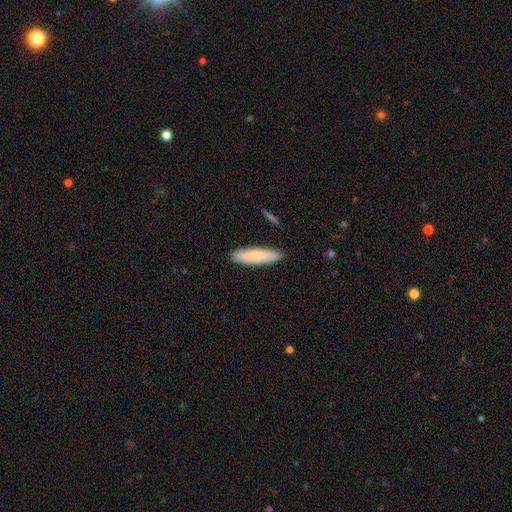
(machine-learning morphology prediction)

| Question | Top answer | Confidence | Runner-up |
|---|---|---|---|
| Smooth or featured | smooth | 80% | featured or disk (14%) |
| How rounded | cigar-shaped | 79% | in between (20%) |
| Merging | none | 89% | minor disturbance (8%) |